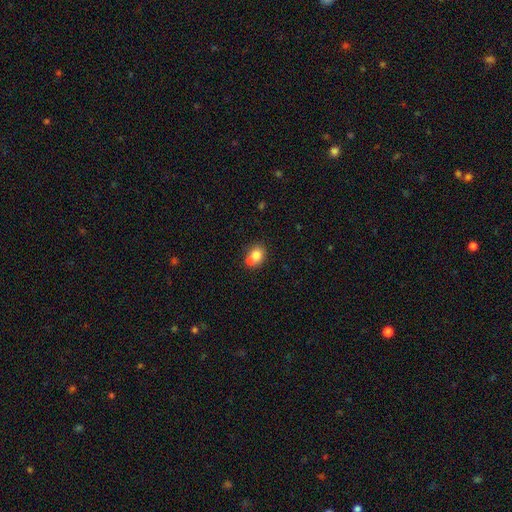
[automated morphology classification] The model was most divided on "merging": none: 43%, merger: 41%, minor disturbance: 12%, major disturbance: 4%. More confident: smooth or featured — smooth (76%); how rounded — round (57%).